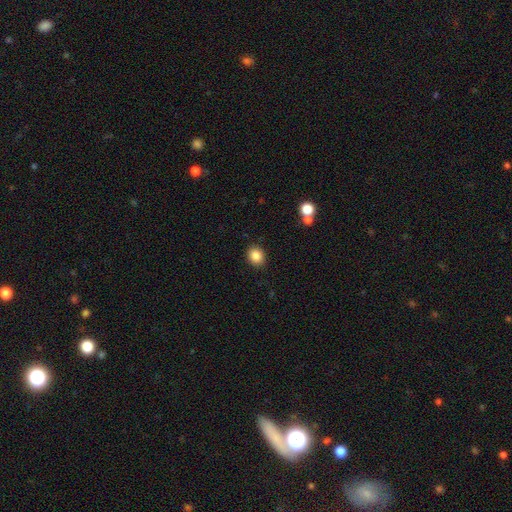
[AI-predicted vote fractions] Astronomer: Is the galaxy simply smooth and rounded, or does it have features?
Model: smooth — 87%.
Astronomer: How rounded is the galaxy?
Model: round — 59% (runner-up: in between, 40%).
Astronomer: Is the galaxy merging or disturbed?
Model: none — 90%.